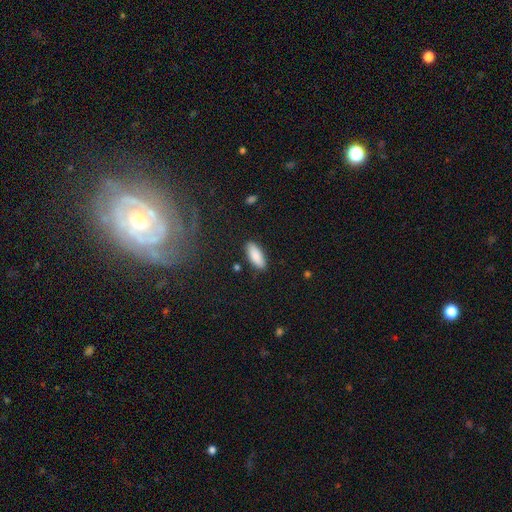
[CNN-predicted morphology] Smooth or featured? Predicted: smooth (p=0.88). How rounded? Predicted: in between (p=0.77). Merging? Predicted: none (p=0.87).